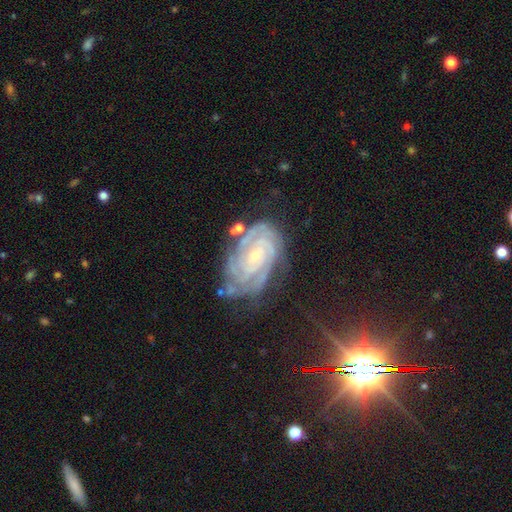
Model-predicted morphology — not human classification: This appears to be a featured or disk galaxy (88%) with no bar (57%), 4 (26%) tight (81%) spiral arms (98%) and a small central bulge (76%). Merging: none (69%).